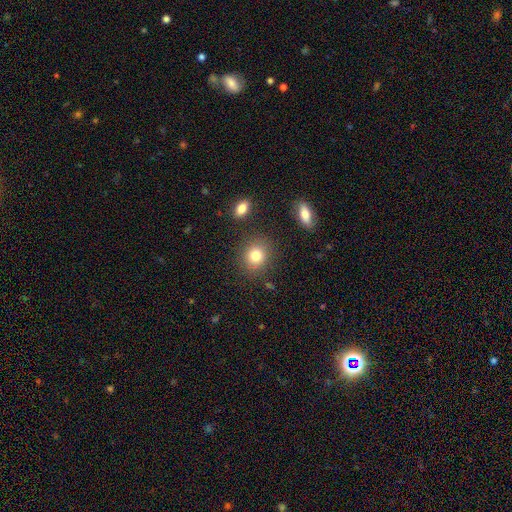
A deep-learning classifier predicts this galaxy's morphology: This is clearly a smooth galaxy (81%). How rounded: likely round (75%). Merging: clearly none (84%).